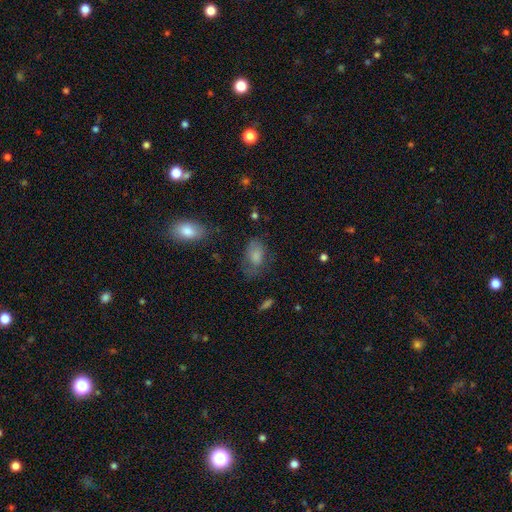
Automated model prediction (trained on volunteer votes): Smooth or featured: smooth — 78% (featured or disk — 13%)
How rounded: in between — 89% (round — 9%)
Merging: none — 46% (minor disturbance — 30%)